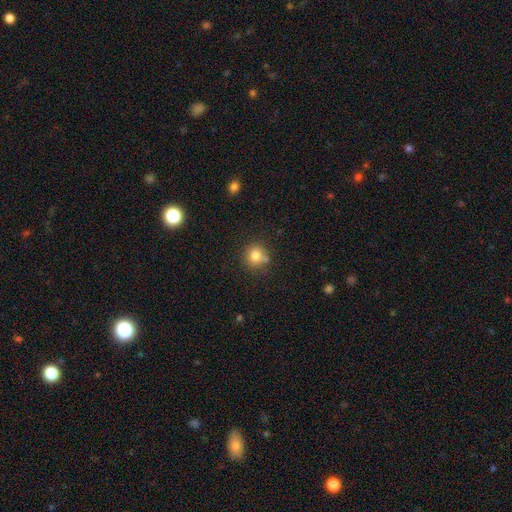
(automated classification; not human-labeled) Q: Smooth or featured?
A: smooth (80%); runner-up: star or artifact (12%)
Q: How rounded?
A: round (89%); runner-up: in between (10%)
Q: Merging?
A: none (72%); runner-up: minor disturbance (15%)